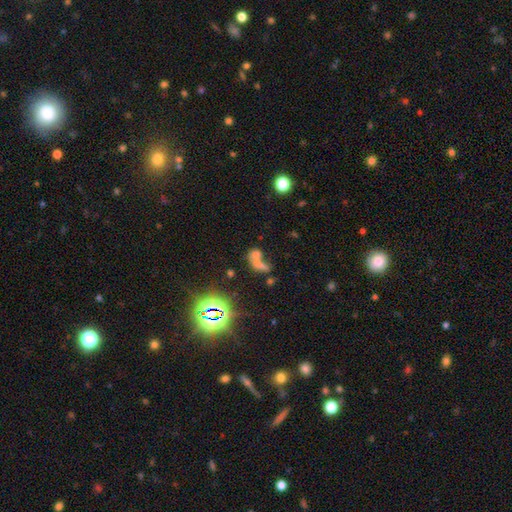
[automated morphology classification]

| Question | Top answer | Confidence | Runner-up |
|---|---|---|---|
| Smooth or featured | smooth | 43% | star or artifact (32%) |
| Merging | merger | 54% | none (23%) |